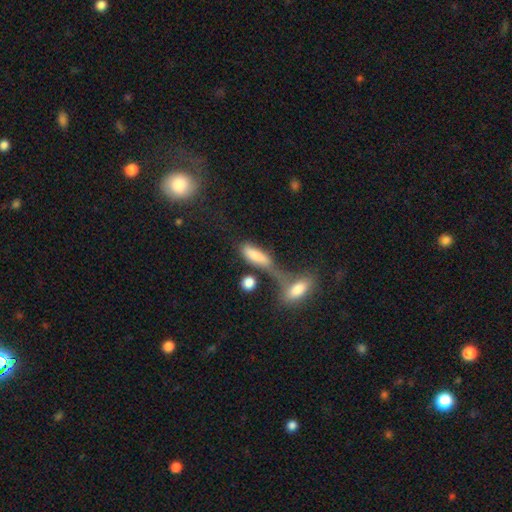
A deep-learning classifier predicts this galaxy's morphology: Overall: smooth (79%). How rounded: in between (56%; cigar-shaped 40%). Merging: merger (44%; none 30%).